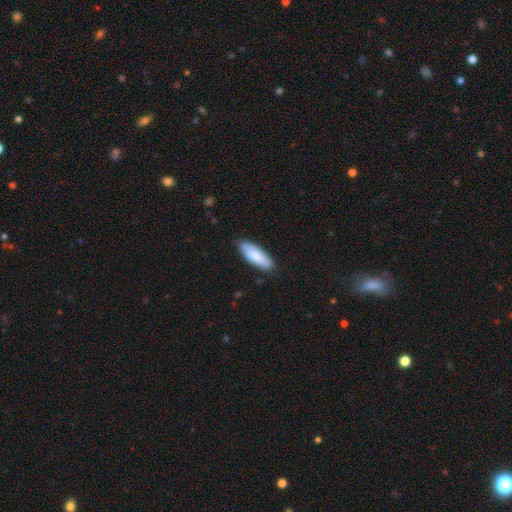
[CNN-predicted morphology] Overall: smooth (85%). How rounded: in between (68%; cigar-shaped 31%). Merging: none (82%).